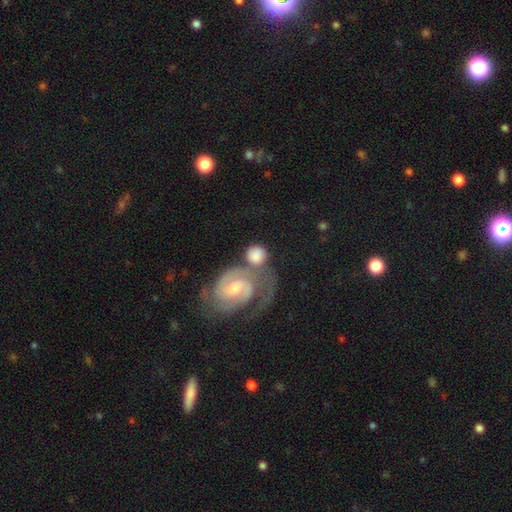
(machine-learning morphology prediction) Smooth or featured? Predicted: smooth (p=0.56). How rounded? Predicted: round (p=0.77). Merging? Predicted: none (p=0.43).